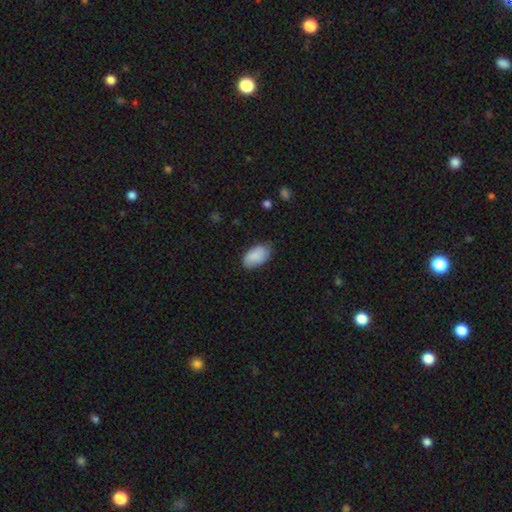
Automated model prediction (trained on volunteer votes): Q: Smooth or featured?
A: smooth (87%); runner-up: featured or disk (7%)
Q: How rounded?
A: in between (94%); runner-up: round (4%)
Q: Merging?
A: none (73%); runner-up: minor disturbance (22%)